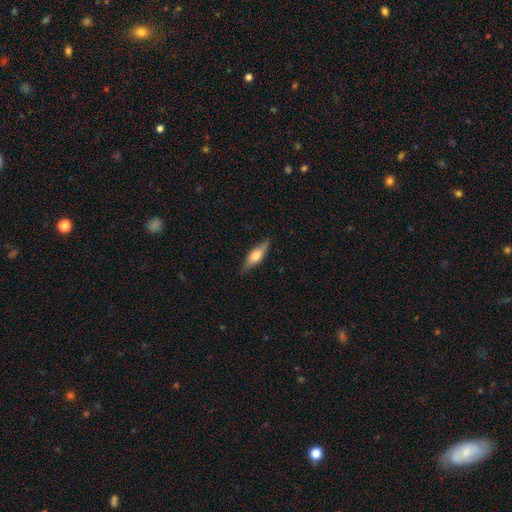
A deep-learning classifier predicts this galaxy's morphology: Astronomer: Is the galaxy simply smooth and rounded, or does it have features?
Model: smooth — 47%, tied with featured or disk at 47%.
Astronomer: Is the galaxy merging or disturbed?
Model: none — 86%.